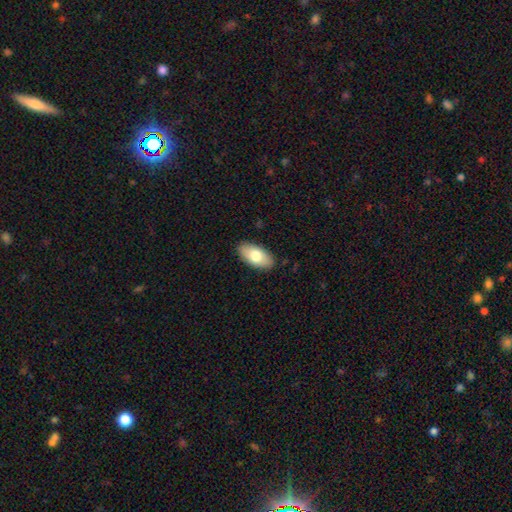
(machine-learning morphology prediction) Overall: smooth (75%). How rounded: in between (94%). Merging: none (88%).